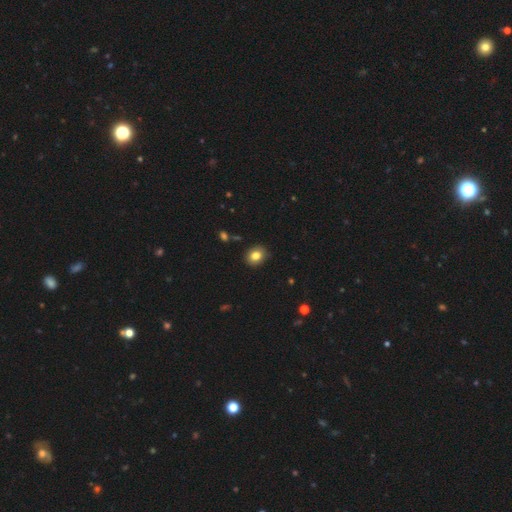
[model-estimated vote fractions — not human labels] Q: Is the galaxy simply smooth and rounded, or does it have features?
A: smooth — 82%.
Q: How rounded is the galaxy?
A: round — 60%.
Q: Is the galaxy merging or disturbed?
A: none — 88%.